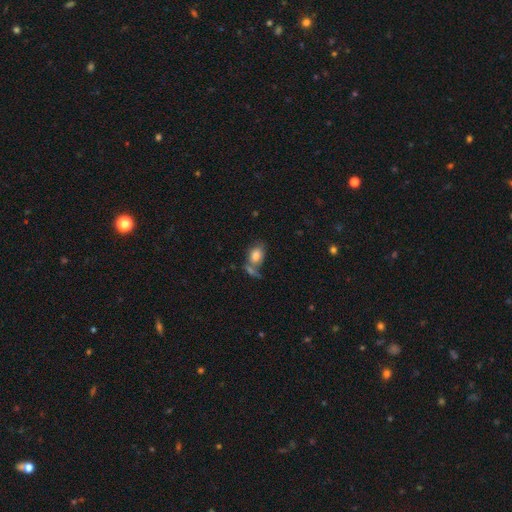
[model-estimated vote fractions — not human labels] smooth-or-featured: smooth: 78% | featured or disk: 14% | star or artifact: 9%
  how-rounded: in between: 79% | round: 19% | cigar-shaped: 2%
  merging: none: 38% | merger: 33% | minor disturbance: 17% | major disturbance: 12%